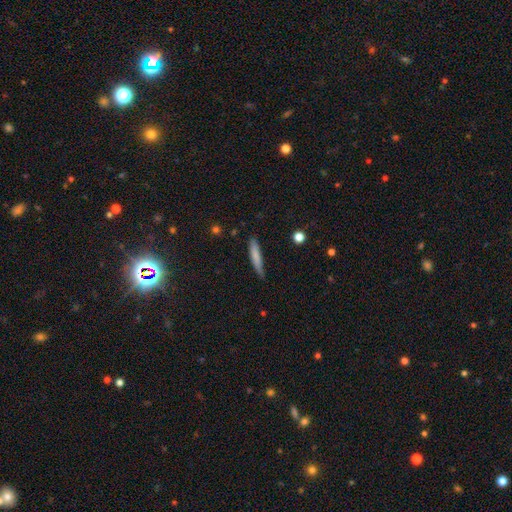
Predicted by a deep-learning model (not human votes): A smooth galaxy with no disk features (76%) that is cigar-shaped (91%).

Vote fractions:
- Smooth or featured? smooth: 76% / featured or disk: 17% / star or artifact: 6%
- How rounded? cigar-shaped: 91% / in between: 8% / round: 1%
- Merging? none: 74% / minor disturbance: 21% / major disturbance: 3% / merger: 2%